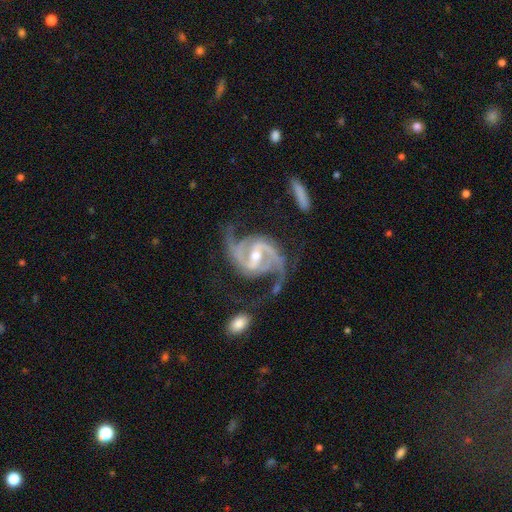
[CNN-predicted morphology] Smooth or featured? Predicted: featured or disk (p=0.93). Edge-on disk? Predicted: no (p=0.98). Bar? Predicted: strong (p=0.54). Spiral arms? Predicted: yes (p=0.99). Spiral winding? Predicted: medium (p=0.59). Spiral arm count? Predicted: 2 (p=0.91). Bulge size? Predicted: moderate (p=0.57). Merging? Predicted: none (p=0.68).